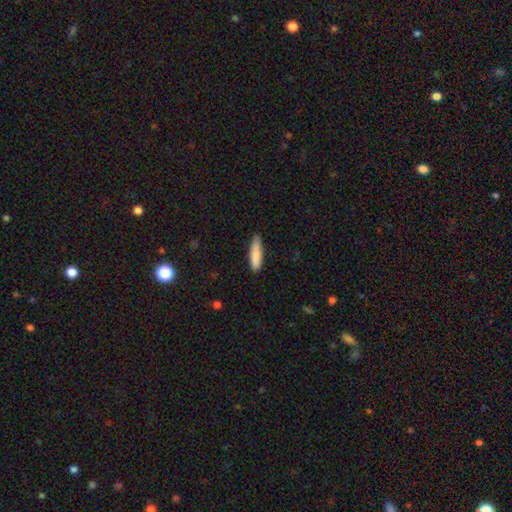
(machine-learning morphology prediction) Smooth or featured? smooth (86%)
How rounded? cigar-shaped (67%)
Merging? none (77%)